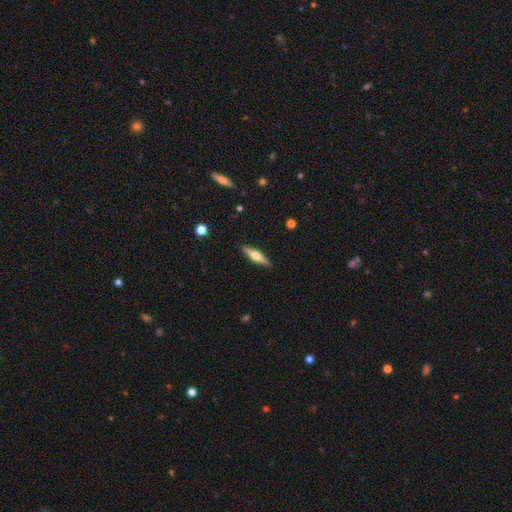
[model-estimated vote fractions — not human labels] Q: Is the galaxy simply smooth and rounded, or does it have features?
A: featured or disk — 55%.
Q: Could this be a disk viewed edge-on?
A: yes — 95%.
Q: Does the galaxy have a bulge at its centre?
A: rounded — 93%.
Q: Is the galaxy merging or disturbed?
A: none — 90%.